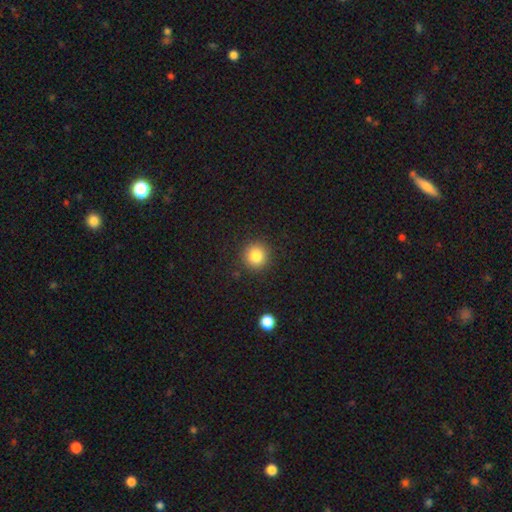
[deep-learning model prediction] smooth 83%, star or artifact 11%, featured or disk 6%. Down the decision tree: how rounded — round (93%); merging — none (90%).